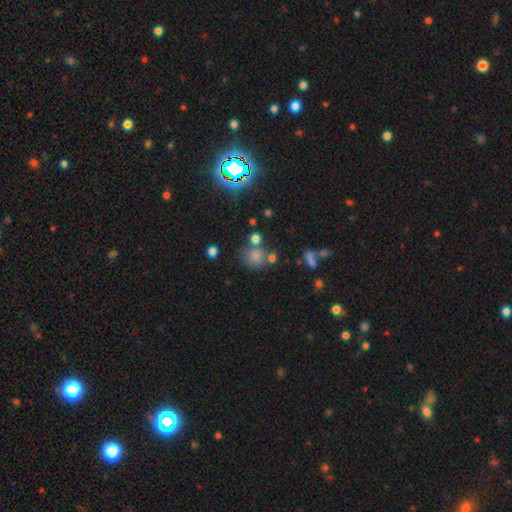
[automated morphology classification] A smooth galaxy with no disk features (73%) that is round (81%).

Vote fractions:
- Smooth or featured? smooth: 73% / star or artifact: 18% / featured or disk: 9%
- How rounded? round: 81% / in between: 18% / cigar-shaped: 1%
- Merging? none: 58% / merger: 18% / minor disturbance: 15% / major disturbance: 8%